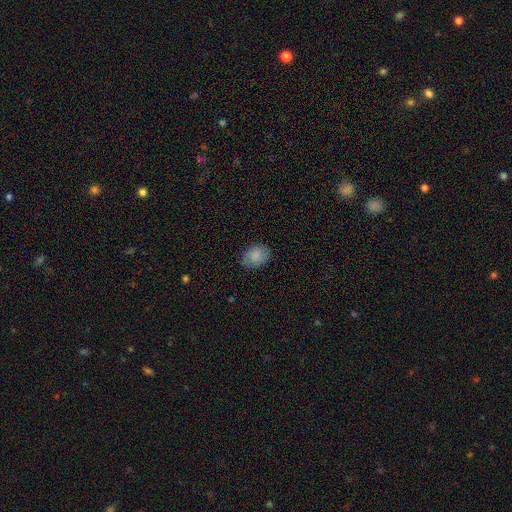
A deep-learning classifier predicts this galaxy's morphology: This appears to be a smooth galaxy with no disk features (85%) that is in between round and cigar-shaped (59%). Merging: none (79%).